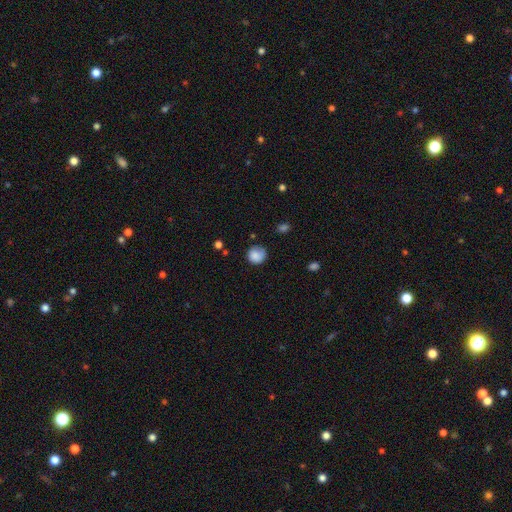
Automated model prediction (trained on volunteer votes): The model was most divided on "merging": none: 67%, minor disturbance: 24%, major disturbance: 7%, merger: 2%. More confident: how rounded — round (87%); smooth or featured — smooth (83%).